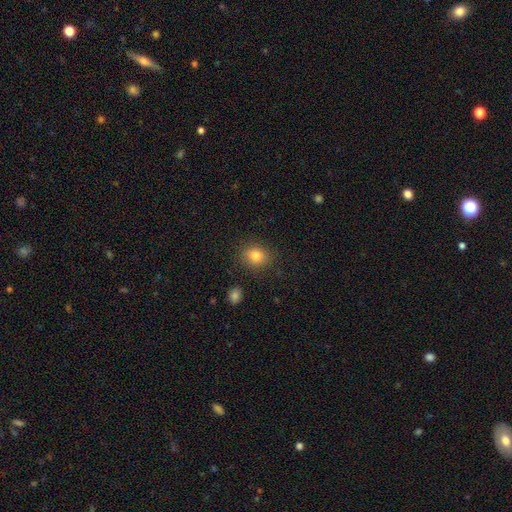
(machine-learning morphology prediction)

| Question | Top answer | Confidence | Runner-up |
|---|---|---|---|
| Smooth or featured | smooth | 81% | star or artifact (11%) |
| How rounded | round | 65% | in between (34%) |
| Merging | none | 87% | minor disturbance (9%) |